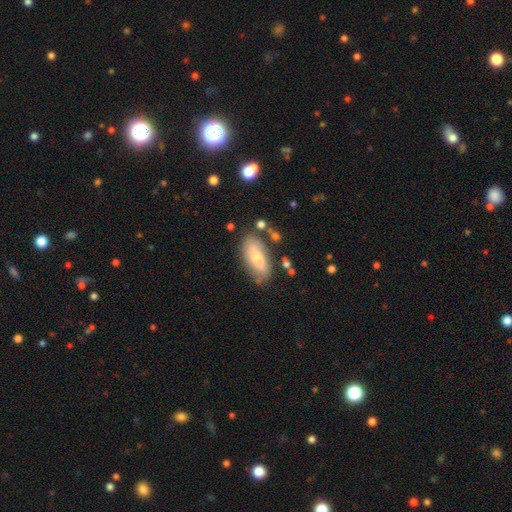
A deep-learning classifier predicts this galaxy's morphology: Q: Smooth or featured?
A: smooth (62%); runner-up: featured or disk (30%)
Q: How rounded?
A: in between (83%); runner-up: cigar-shaped (14%)
Q: Merging?
A: none (74%); runner-up: minor disturbance (17%)